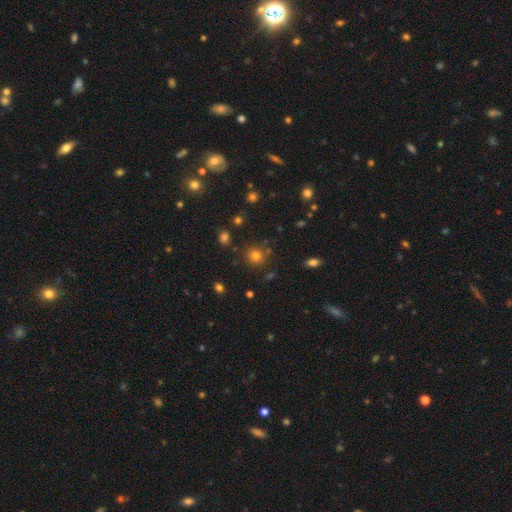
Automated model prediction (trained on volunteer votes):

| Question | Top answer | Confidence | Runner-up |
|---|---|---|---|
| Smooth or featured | smooth | 78% | star or artifact (16%) |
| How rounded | round | 90% | in between (9%) |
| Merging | none | 84% | minor disturbance (8%) |